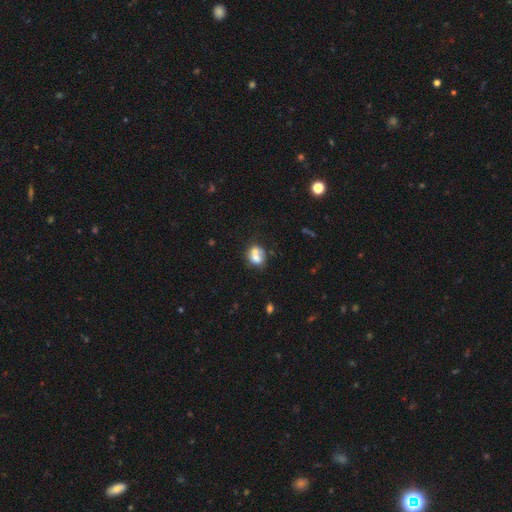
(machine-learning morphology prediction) Smooth or featured: smooth — 65% (featured or disk — 25%)
How rounded: in between — 51% (round — 48%)
Merging: merger — 47% (none — 32%)